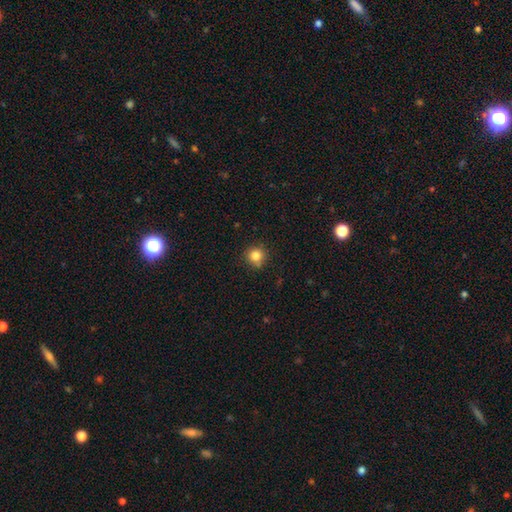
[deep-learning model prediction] Morphology: type=smooth (83%); roundness=round (92%); merging=none (83%).